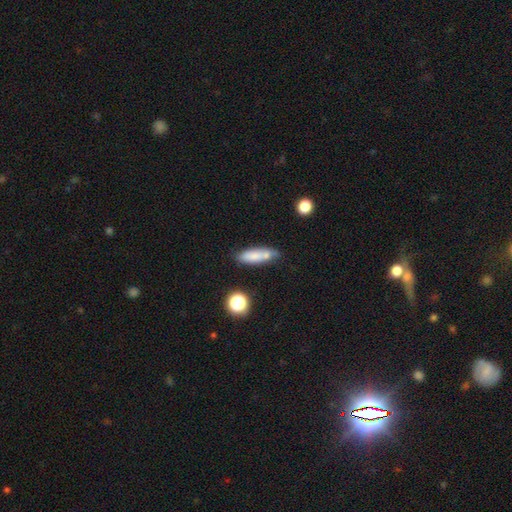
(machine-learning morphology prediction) This is likely a smooth galaxy (73%). How rounded: possibly cigar-shaped (54%). Merging: likely none (62%).